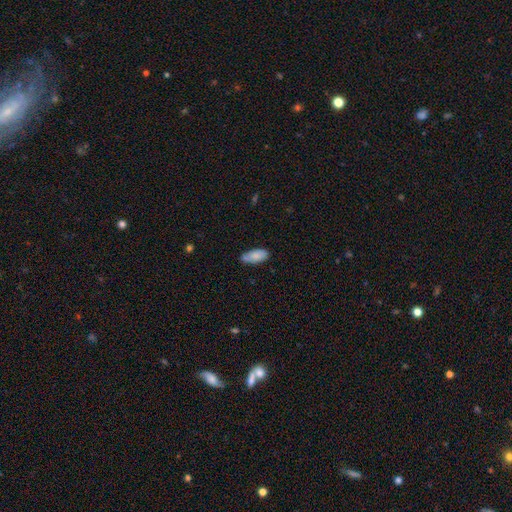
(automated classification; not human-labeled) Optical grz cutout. It shows a smooth galaxy with no disk features (82%) that is in between round and cigar-shaped (87%). Merging: none (67%).